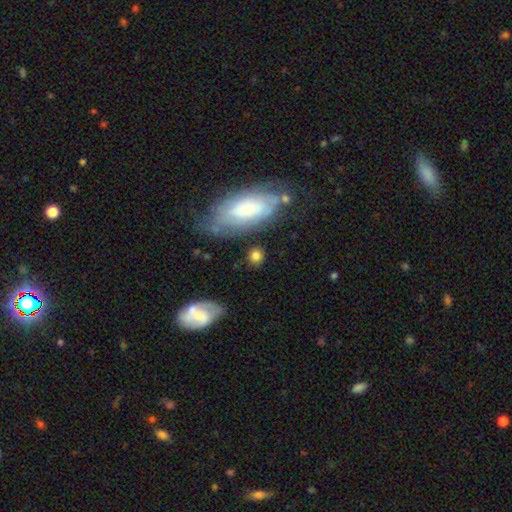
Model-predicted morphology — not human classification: Q: Smooth or featured?
A: smooth (74%); runner-up: featured or disk (18%)
Q: How rounded?
A: round (60%); runner-up: in between (36%)
Q: Merging?
A: none (71%); runner-up: minor disturbance (15%)